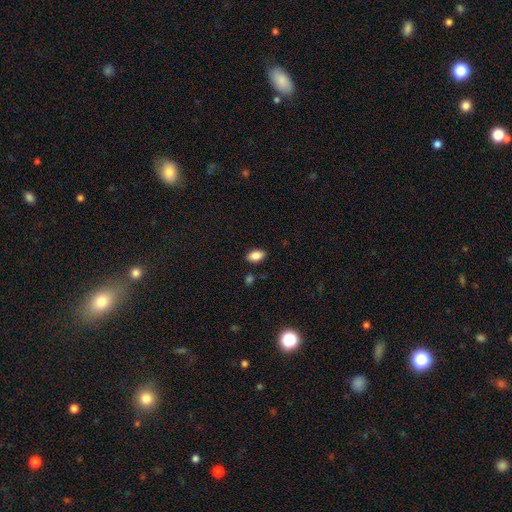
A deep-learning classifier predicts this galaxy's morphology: Q: Smooth or featured?
A: smooth (86%); runner-up: star or artifact (8%)
Q: How rounded?
A: in between (91%); runner-up: round (7%)
Q: Merging?
A: none (86%); runner-up: minor disturbance (10%)